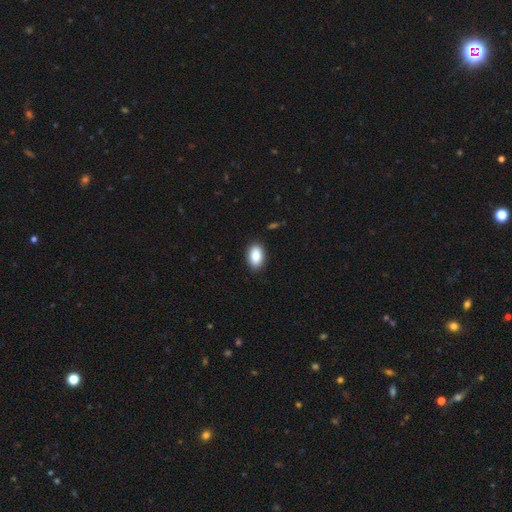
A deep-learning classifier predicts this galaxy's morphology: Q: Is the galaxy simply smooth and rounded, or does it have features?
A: smooth — 89%.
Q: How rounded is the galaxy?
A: in between — 92%.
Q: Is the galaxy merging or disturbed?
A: none — 87%.